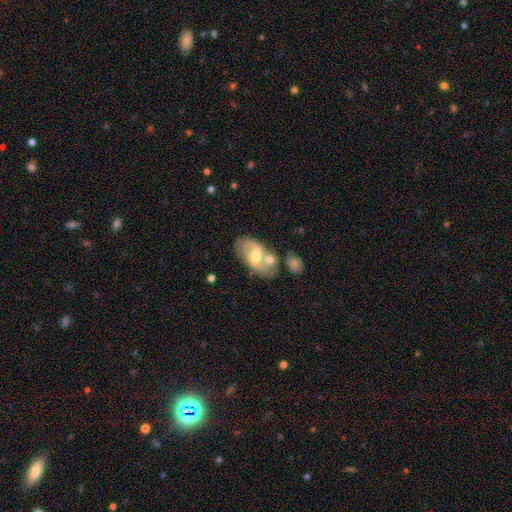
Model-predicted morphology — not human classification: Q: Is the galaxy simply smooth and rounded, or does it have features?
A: featured or disk — 63%.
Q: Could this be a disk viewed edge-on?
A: no — 93%.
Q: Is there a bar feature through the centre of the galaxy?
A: weak — 45%.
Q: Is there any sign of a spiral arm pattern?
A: yes — 68%.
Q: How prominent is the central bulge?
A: moderate — 72%.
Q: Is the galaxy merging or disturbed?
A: none — 51%.